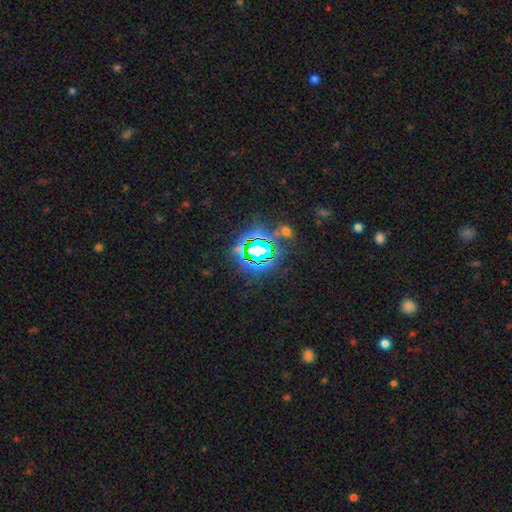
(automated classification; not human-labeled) smooth_or_featured: star or artifact (p=0.77) [alt: smooth p=0.13]